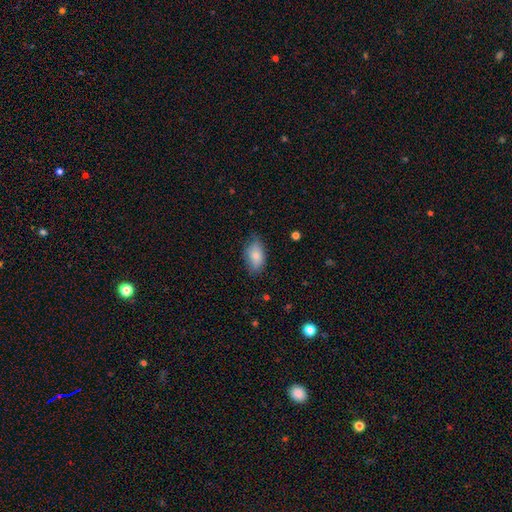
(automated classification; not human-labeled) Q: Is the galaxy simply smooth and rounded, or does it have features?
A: smooth — 79%.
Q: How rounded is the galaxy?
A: in between — 91%.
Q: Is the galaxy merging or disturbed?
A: none — 71%.